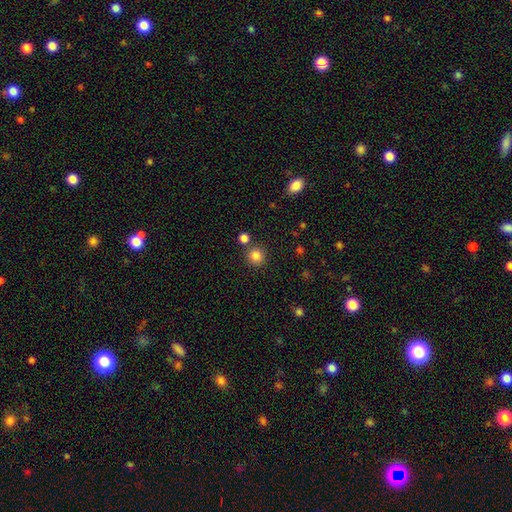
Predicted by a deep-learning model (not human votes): smooth-or-featured: smooth: 84% | star or artifact: 12% | featured or disk: 4%
  how-rounded: round: 93% | in between: 6% | cigar-shaped: 1%
  merging: none: 81% | merger: 9% | minor disturbance: 7% | major disturbance: 2%